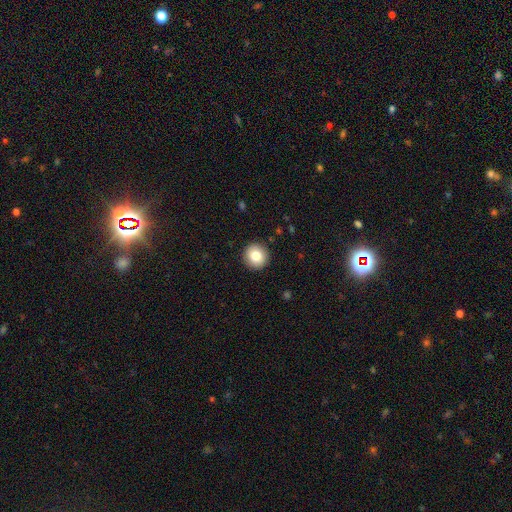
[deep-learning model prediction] This appears to be a smooth galaxy with no disk features (83%) that is round (95%). Merging: none (92%).